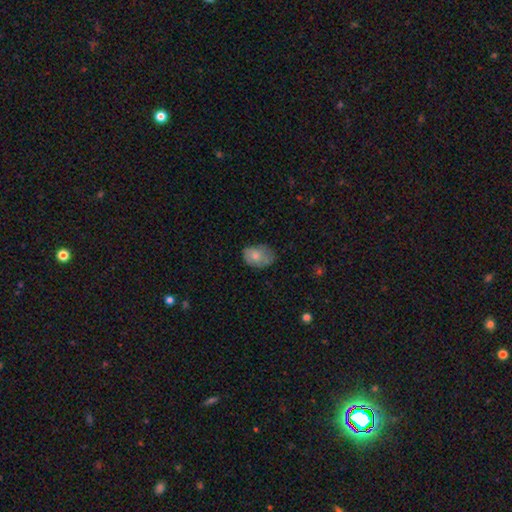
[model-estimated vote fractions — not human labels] Morphology: type=smooth (74%); roundness=in between (77%); merging=none (58%).